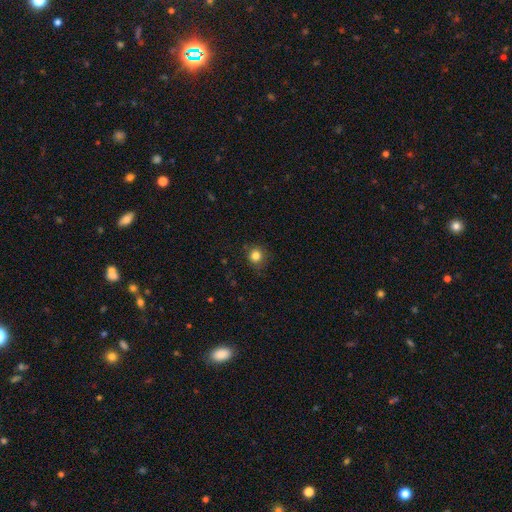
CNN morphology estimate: Overall: smooth (82%). How rounded: round (89%). Merging: none (84%).